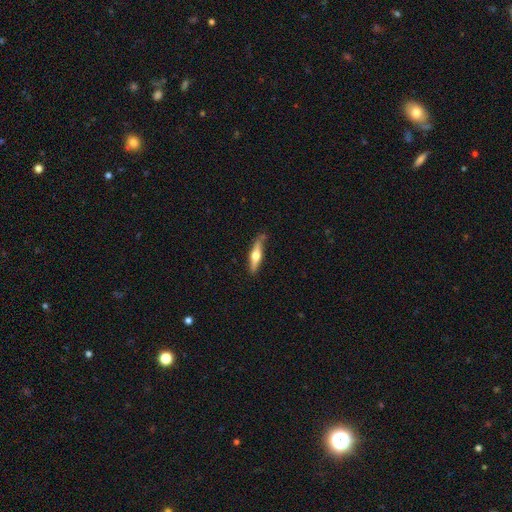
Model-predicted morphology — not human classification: Smooth or featured: featured or disk — 58% (smooth — 37%)
Edge-on disk: yes — 95% (no — 5%)
Edge-on bulge: rounded — 94% (boxy — 3%)
Merging: none — 80% (minor disturbance — 15%)